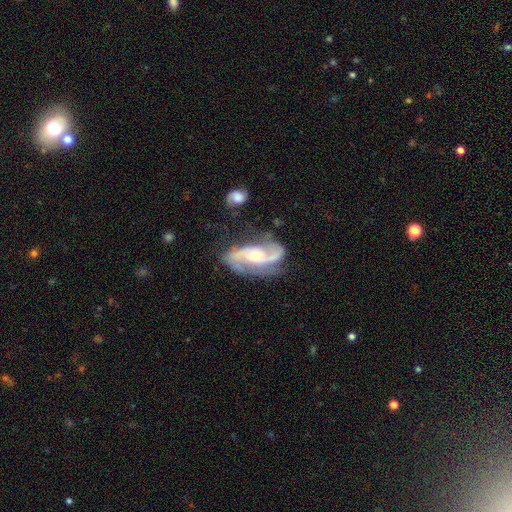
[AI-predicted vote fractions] Overall: featured or disk (89%). Edge-on disk: no (96%). Bar: no (49%; weak 32%). Spiral arms: yes (97%). Spiral arm count: 2 (85%). Spiral winding: medium (46%; loose 35%). Bulge size: moderate (55%; small 40%). Merging: none (68%).